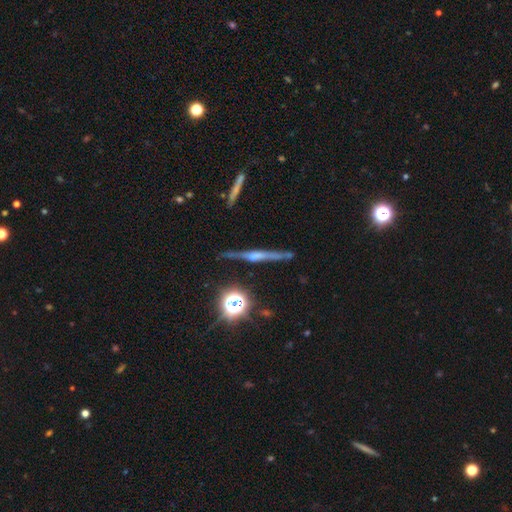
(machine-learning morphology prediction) Overall: featured or disk (75%). Edge-on disk: yes (97%). Edge-on bulge: rounded (69%). Merging: none (86%).